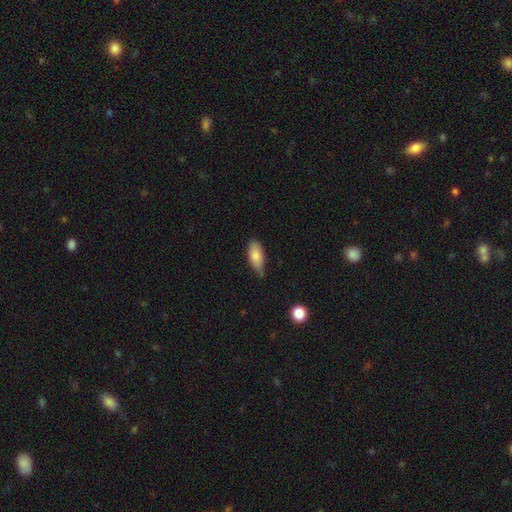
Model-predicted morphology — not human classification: Smooth or featured? Predicted: smooth (p=0.84). How rounded? Predicted: in between (p=0.85). Merging? Predicted: none (p=0.58).